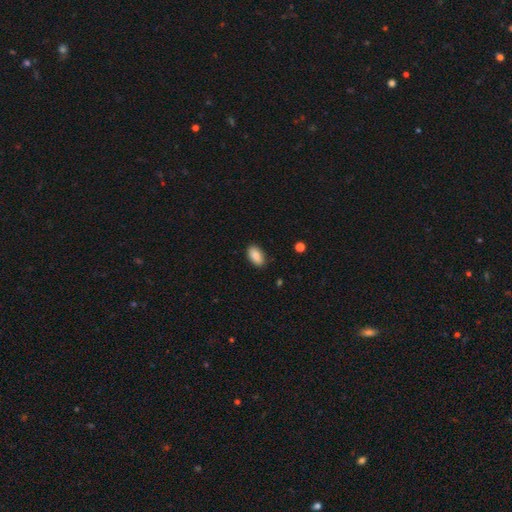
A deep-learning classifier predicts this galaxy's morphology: Overall: smooth (90%). How rounded: in between (93%). Merging: none (86%).